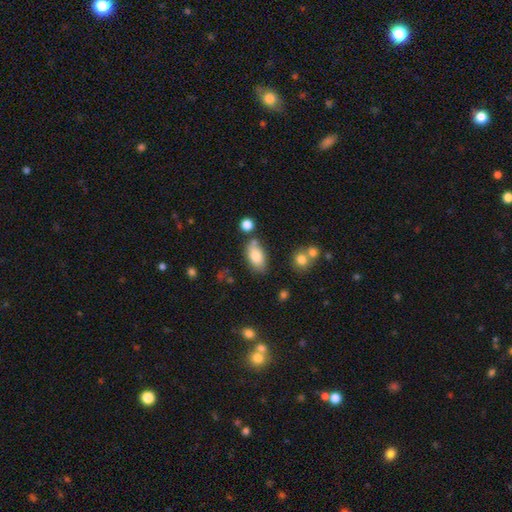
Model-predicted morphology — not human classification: A smooth galaxy with no disk features (81%) that is in between round and cigar-shaped (91%).

Vote fractions:
- Smooth or featured? smooth: 81% / featured or disk: 11% / star or artifact: 8%
- How rounded? in between: 91% / round: 5% / cigar-shaped: 4%
- Merging? none: 69% / minor disturbance: 16% / merger: 10% / major disturbance: 4%